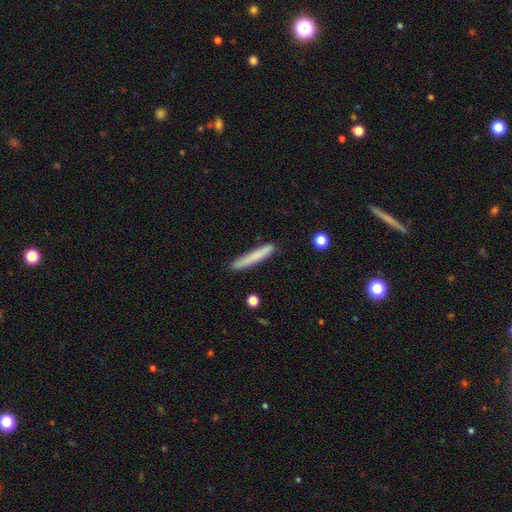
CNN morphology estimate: Overall: smooth (73%). How rounded: cigar-shaped (96%). Merging: none (87%).